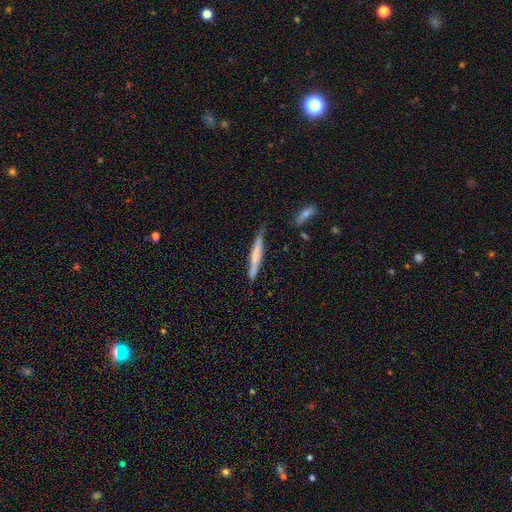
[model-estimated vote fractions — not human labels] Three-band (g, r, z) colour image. It shows a smooth galaxy with no disk features (56%) that is cigar-shaped (95%). Merging: none (75%).